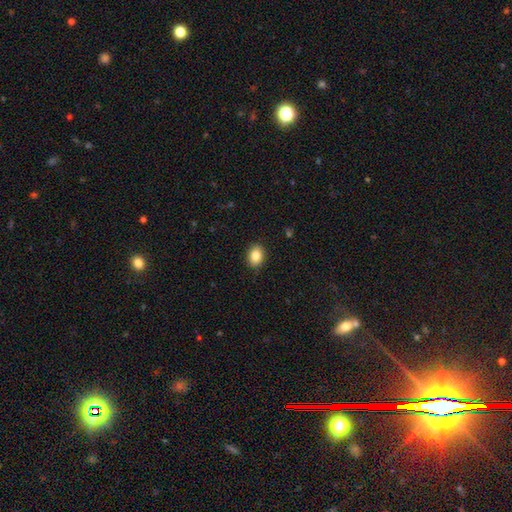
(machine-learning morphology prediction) Smooth or featured: smooth — 86% (star or artifact — 8%)
How rounded: in between — 67% (round — 32%)
Merging: none — 89% (minor disturbance — 8%)